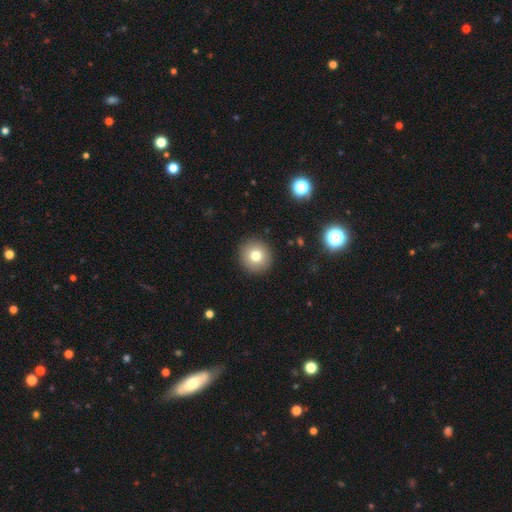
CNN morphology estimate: Q: Smooth or featured?
A: smooth (76%); runner-up: star or artifact (12%)
Q: How rounded?
A: round (94%); runner-up: in between (5%)
Q: Merging?
A: none (92%); runner-up: minor disturbance (5%)